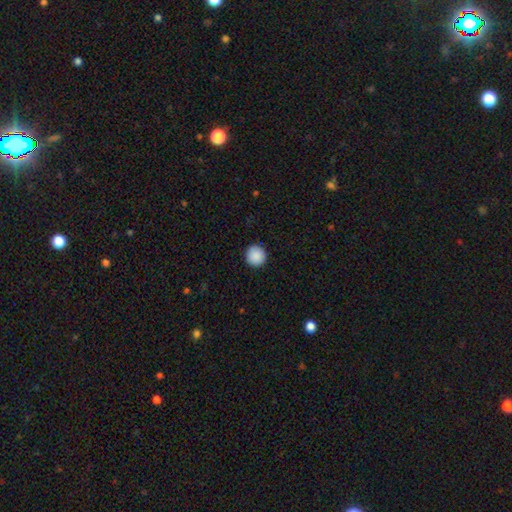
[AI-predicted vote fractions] Smooth or featured?
  - smooth: 90% *
  - star or artifact: 8%
  - featured or disk: 2%
How rounded?
  - round: 95% *
  - in between: 4%
  - cigar-shaped: 1%
Merging?
  - none: 93% *
  - minor disturbance: 5%
  - major disturbance: 2%
  - merger: 1%